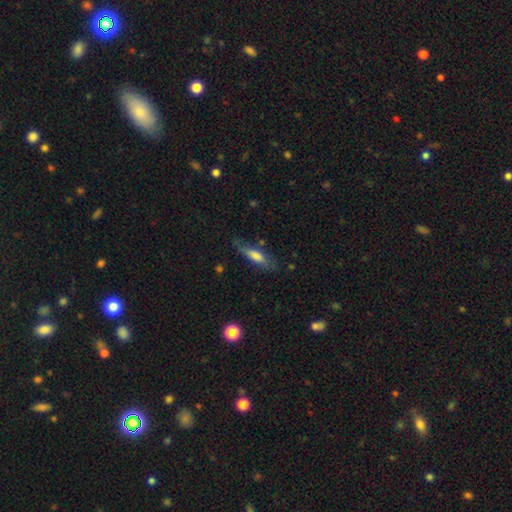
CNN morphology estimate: smooth_or_featured: smooth (p=0.66) [alt: featured or disk p=0.27]
how_rounded: cigar-shaped (p=0.56) [alt: in between p=0.42]
merging: none (p=0.67) [alt: minor disturbance p=0.23]